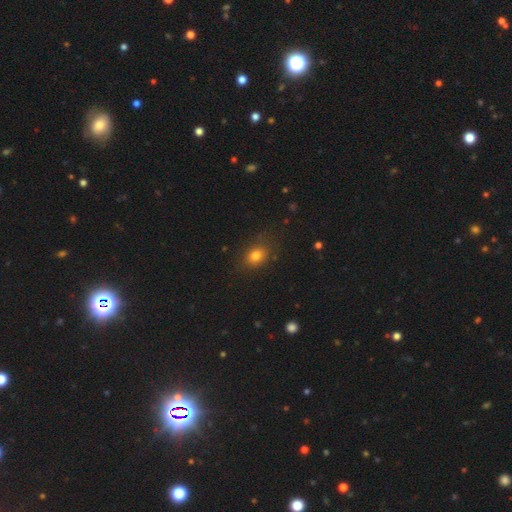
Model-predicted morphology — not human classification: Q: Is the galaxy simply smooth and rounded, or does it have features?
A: smooth — 78%.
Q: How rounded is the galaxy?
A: in between — 59%.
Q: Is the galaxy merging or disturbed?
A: none — 80%.